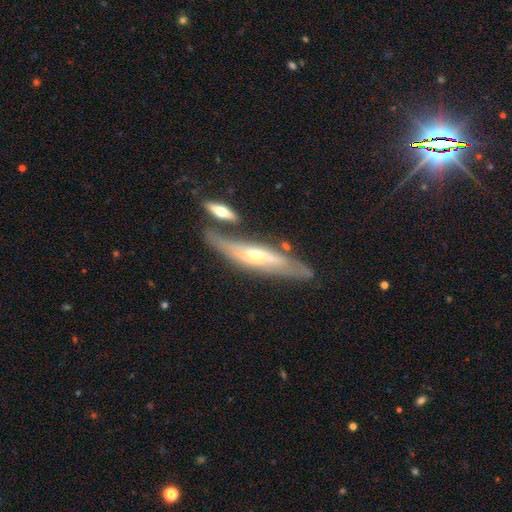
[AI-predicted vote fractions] smooth-or-featured: featured or disk: 72% | smooth: 22% | star or artifact: 6%
  disk-edge-on: yes: 66% | no: 34%
  merging: none: 61% | merger: 17% | minor disturbance: 17% | major disturbance: 6%